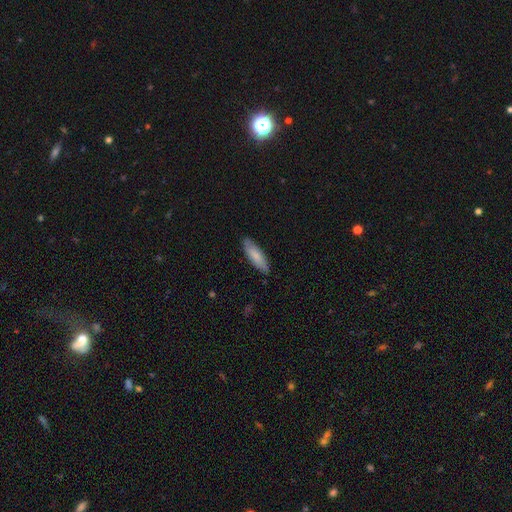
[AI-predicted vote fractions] Smooth or featured: smooth — 78% (featured or disk — 17%)
How rounded: cigar-shaped — 57% (in between — 41%)
Merging: none — 83% (minor disturbance — 14%)